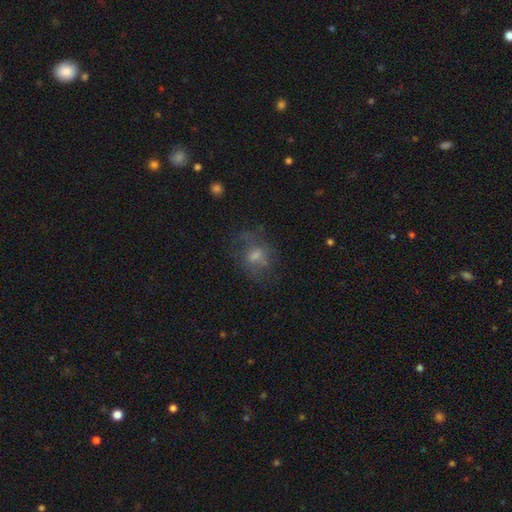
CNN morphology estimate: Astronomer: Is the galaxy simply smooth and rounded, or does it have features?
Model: smooth — 47% (runner-up: featured or disk, 35%).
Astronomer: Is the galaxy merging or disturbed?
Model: none — 57%.